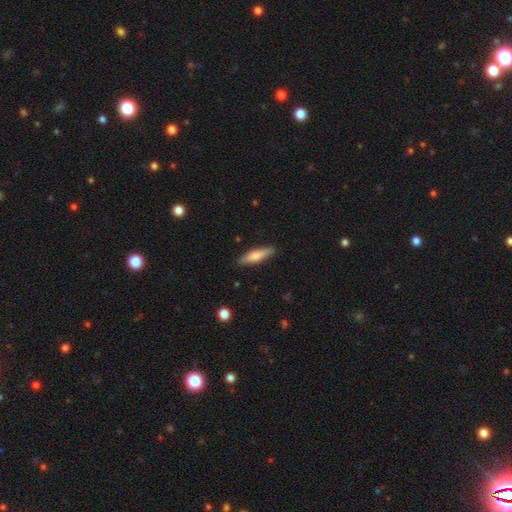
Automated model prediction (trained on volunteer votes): This appears to be a smooth galaxy with no disk features (68%) that is cigar-shaped (71%). Merging: none (88%).